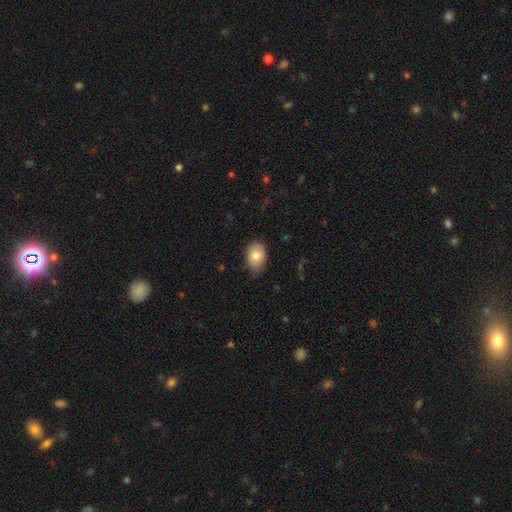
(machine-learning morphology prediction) Smooth or featured? Predicted: smooth (p=0.79). How rounded? Predicted: in between (p=0.79). Merging? Predicted: none (p=0.68).